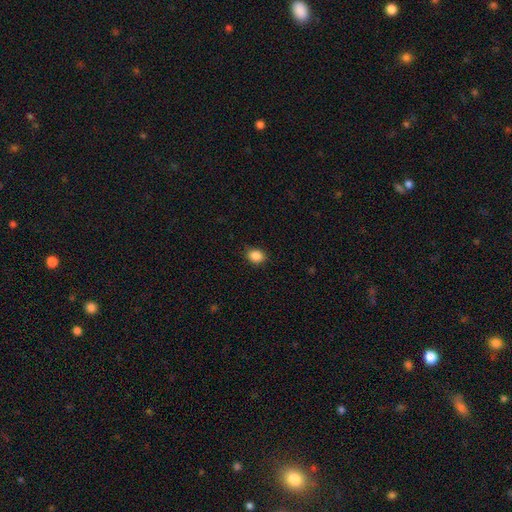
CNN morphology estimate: Smooth or featured? smooth (87%)
How rounded? in between (57%)
Merging? none (86%)